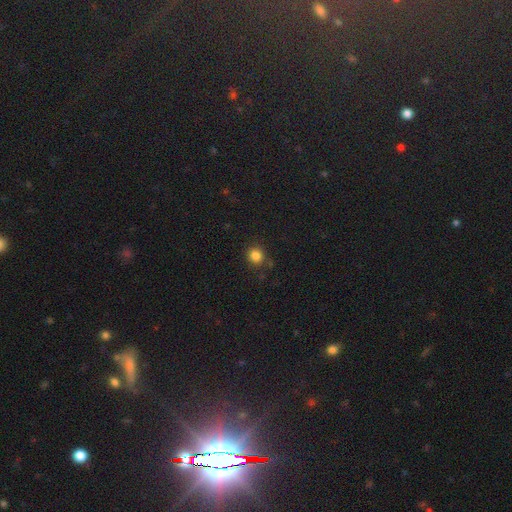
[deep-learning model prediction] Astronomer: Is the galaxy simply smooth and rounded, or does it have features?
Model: smooth — 83%.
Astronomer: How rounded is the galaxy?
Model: round — 89%.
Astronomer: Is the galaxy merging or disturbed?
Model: none — 86%.